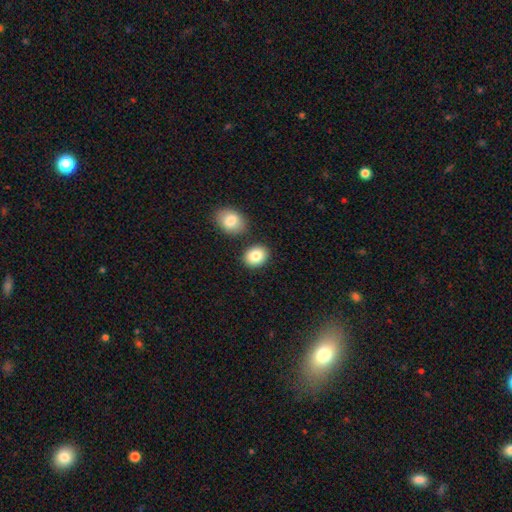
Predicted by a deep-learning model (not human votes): A smooth galaxy with no disk features (85%) that is in between round and cigar-shaped (53%).

Vote fractions:
- Smooth or featured? smooth: 85% / star or artifact: 8% / featured or disk: 7%
- How rounded? in between: 53% / round: 46% / cigar-shaped: 1%
- Merging? none: 78% / merger: 10% / minor disturbance: 9% / major disturbance: 2%